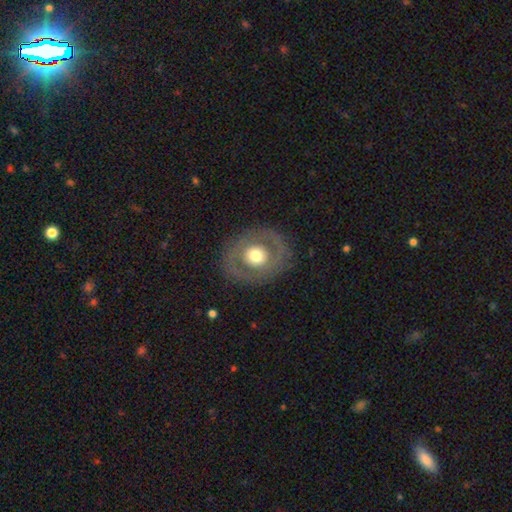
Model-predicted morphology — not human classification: A featured or disk galaxy (50%). Merging: none (82%).